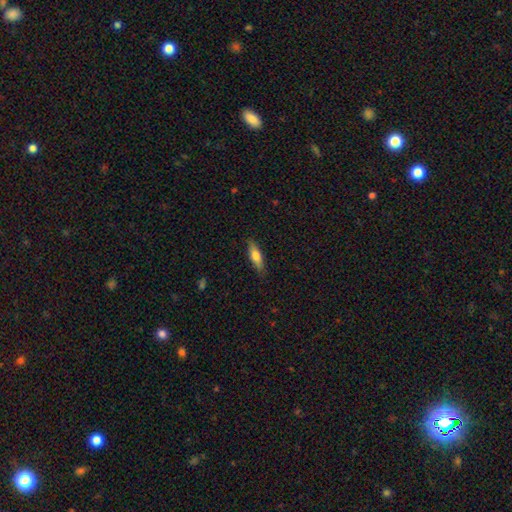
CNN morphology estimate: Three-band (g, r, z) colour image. It shows a smooth galaxy with no disk features (67%) that is cigar-shaped (55%). Merging: none (84%).